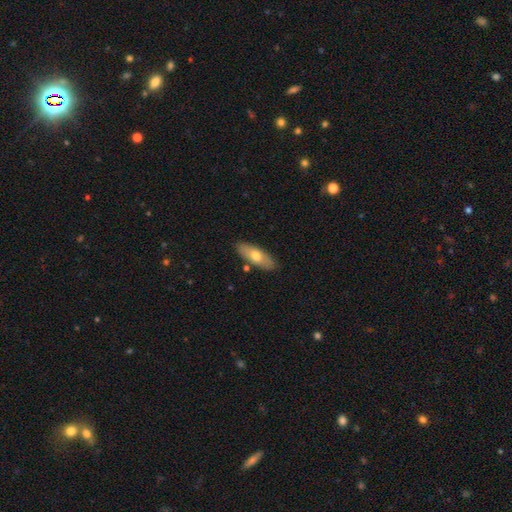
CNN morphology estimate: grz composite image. It shows a smooth galaxy with no disk features (66%) that is in between round and cigar-shaped (77%). Merging: none (83%).